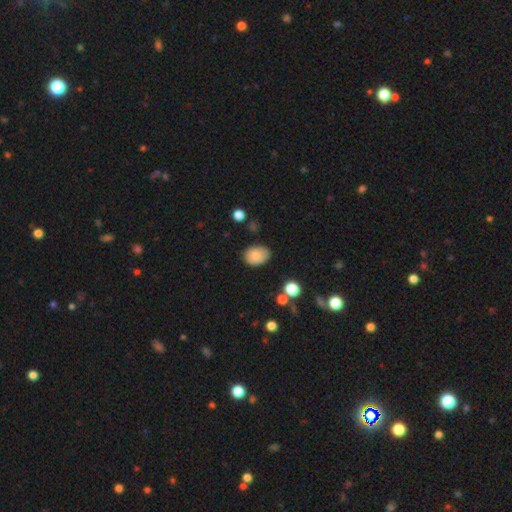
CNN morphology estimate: smooth_or_featured: smooth (p=0.81) [alt: featured or disk p=0.11]
how_rounded: in between (p=0.69) [alt: round p=0.30]
merging: none (p=0.72) [alt: minor disturbance p=0.21]